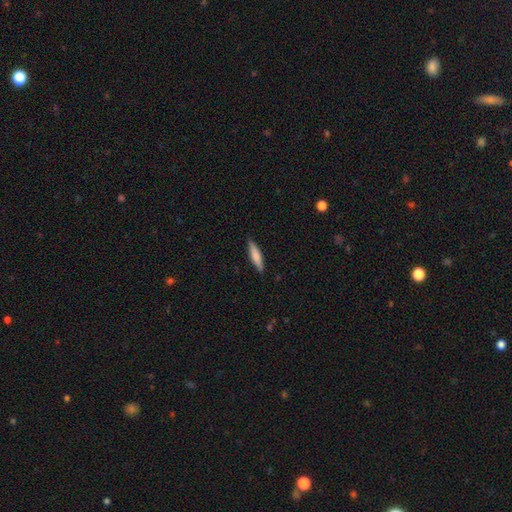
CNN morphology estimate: A smooth galaxy with no disk features (77%) that is cigar-shaped (80%). Merging: none (89%).